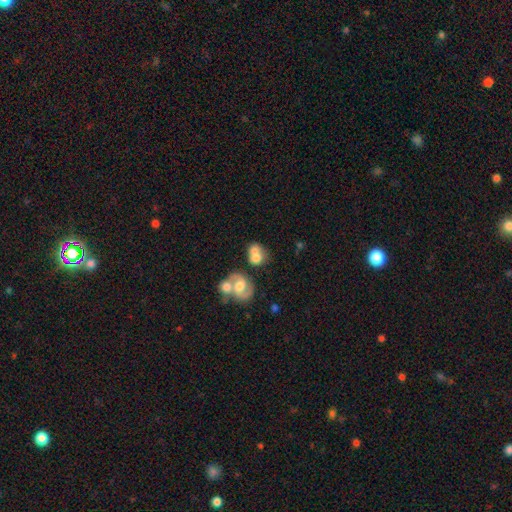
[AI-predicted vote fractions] A smooth galaxy with no disk features (57%) that is round (56%). Merging: merger (54%).